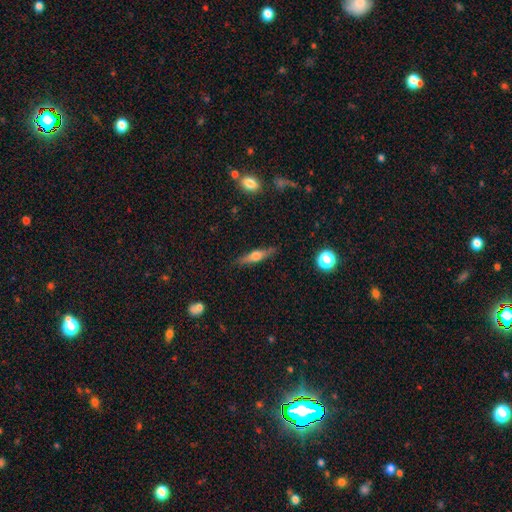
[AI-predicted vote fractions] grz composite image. It shows a featured or disk galaxy (53%) viewed edge-on (94%) with a rounded central bulge (90%). Merging: none (87%).